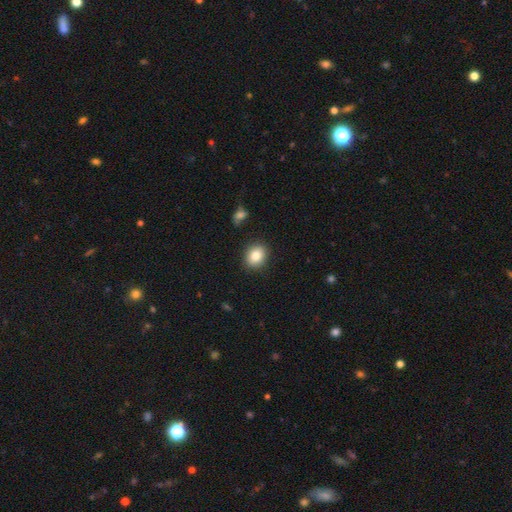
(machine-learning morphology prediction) type=smooth (84%); roundness=round (55%); merging=none (88%).